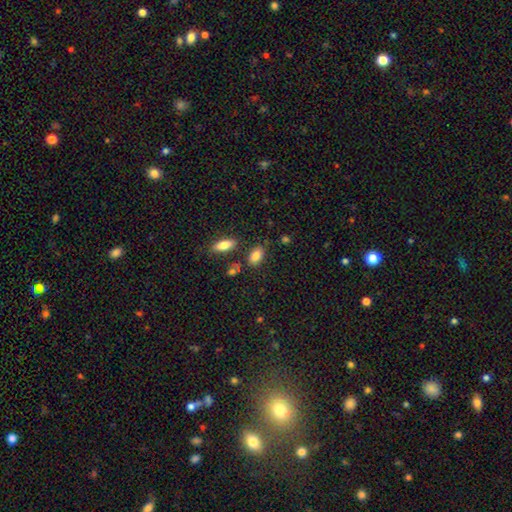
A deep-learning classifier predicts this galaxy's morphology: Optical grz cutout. It shows a smooth galaxy with no disk features (84%) that is in between round and cigar-shaped (88%). Merging: none (76%).